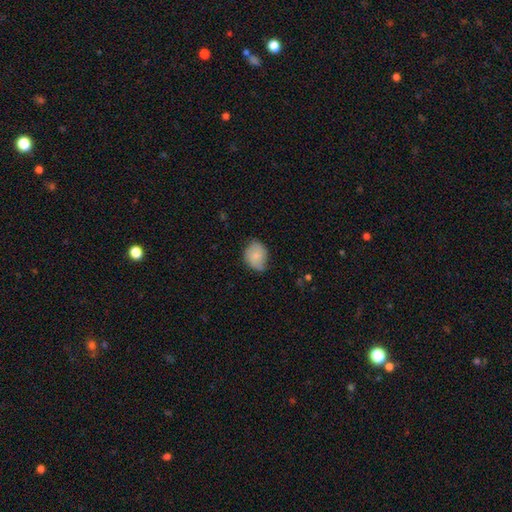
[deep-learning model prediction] A smooth galaxy with no disk features (69%) that is in between round and cigar-shaped (58%). Merging: none (58%).